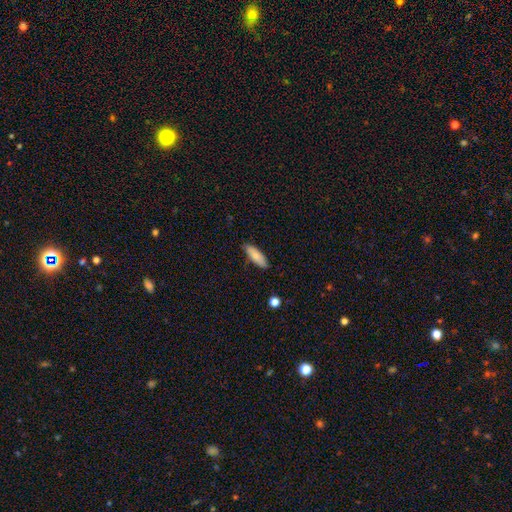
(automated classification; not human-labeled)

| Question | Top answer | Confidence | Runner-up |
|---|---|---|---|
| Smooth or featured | smooth | 82% | featured or disk (12%) |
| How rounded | in between | 57% | cigar-shaped (41%) |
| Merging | none | 83% | minor disturbance (14%) |